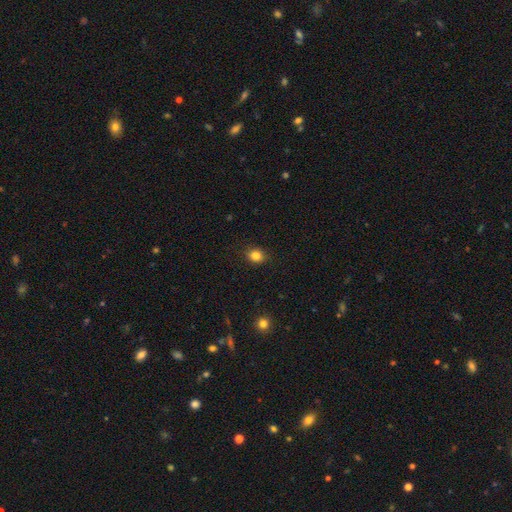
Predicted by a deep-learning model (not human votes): smooth_or_featured: smooth (p=0.84) [alt: star or artifact p=0.11]
how_rounded: round (p=0.62) [alt: in between p=0.37]
merging: none (p=0.88) [alt: minor disturbance p=0.09]